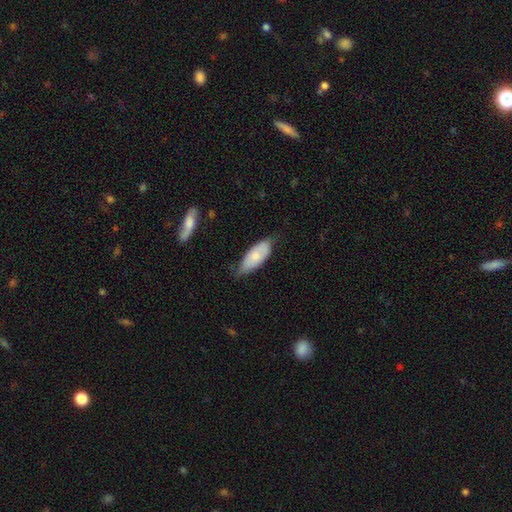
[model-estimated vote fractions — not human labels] Q: Smooth or featured?
A: smooth (72%); runner-up: featured or disk (23%)
Q: How rounded?
A: in between (82%); runner-up: cigar-shaped (16%)
Q: Merging?
A: none (61%); runner-up: minor disturbance (32%)